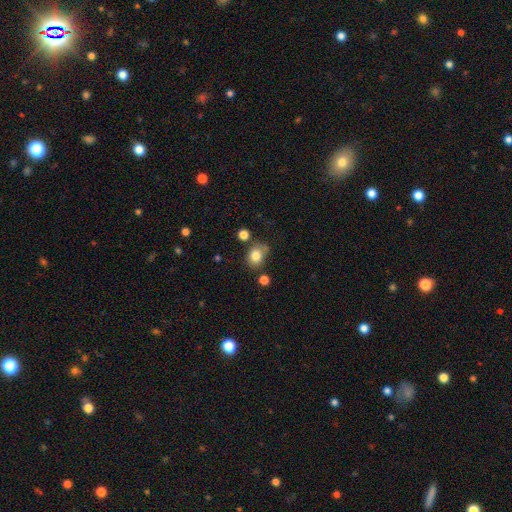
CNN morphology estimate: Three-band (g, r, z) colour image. It shows a smooth galaxy with no disk features (82%) that is round (51%). Merging: none (65%).